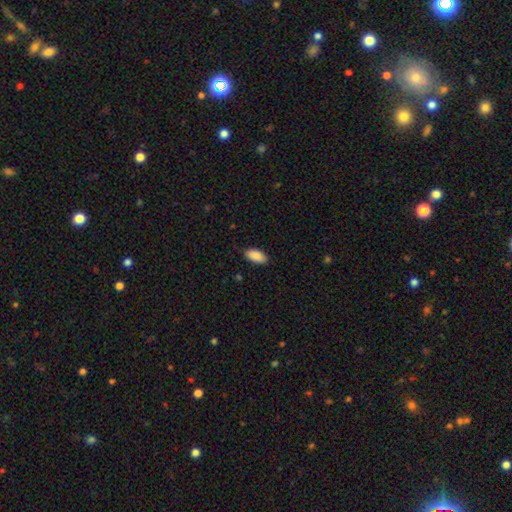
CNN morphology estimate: smooth-or-featured: smooth: 90% | star or artifact: 6% | featured or disk: 4%
  how-rounded: in between: 93% | cigar-shaped: 5% | round: 2%
  merging: none: 85% | minor disturbance: 12% | major disturbance: 2% | merger: 1%